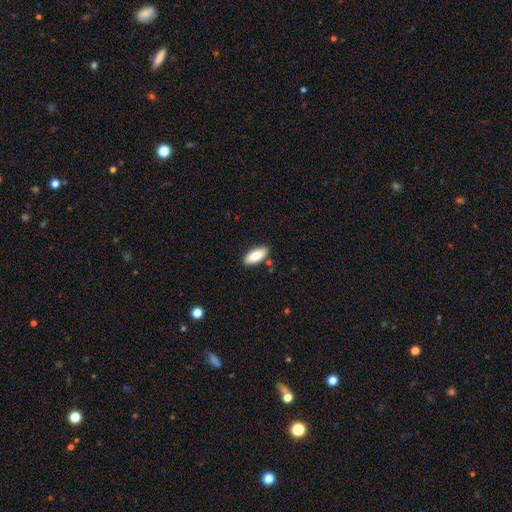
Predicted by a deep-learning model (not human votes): Smooth or featured? Predicted: smooth (p=0.84). How rounded? Predicted: in between (p=0.88). Merging? Predicted: none (p=0.86).